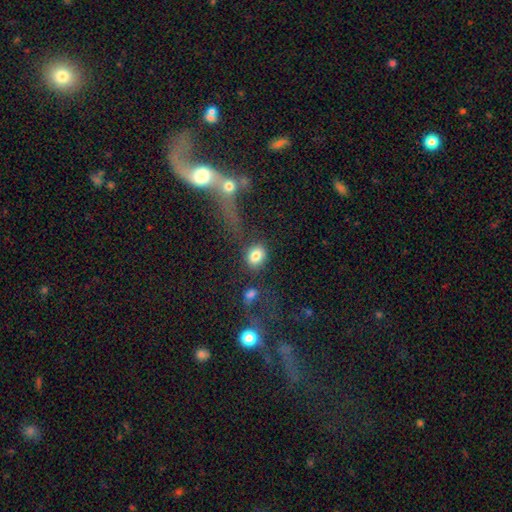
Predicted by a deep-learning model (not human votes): The model was most divided on "how rounded": round: 52%, in between: 46%, cigar-shaped: 2%. More confident: smooth or featured — smooth (81%); merging — none (66%).